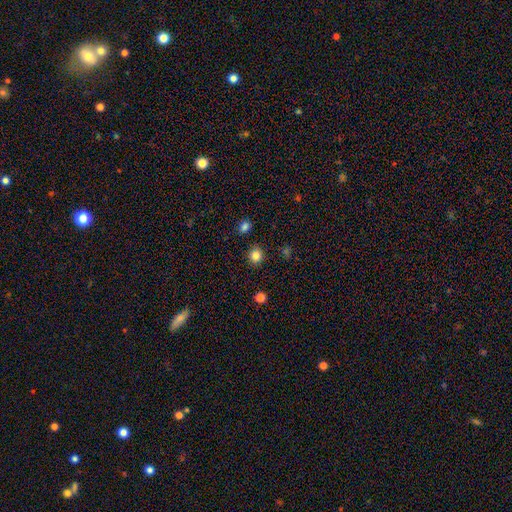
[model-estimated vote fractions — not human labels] A smooth galaxy with no disk features (84%) that is round (89%).

Vote fractions:
- Smooth or featured? smooth: 84% / star or artifact: 12% / featured or disk: 4%
- How rounded? round: 89% / in between: 10% / cigar-shaped: 1%
- Merging? none: 91% / minor disturbance: 6% / major disturbance: 2% / merger: 2%